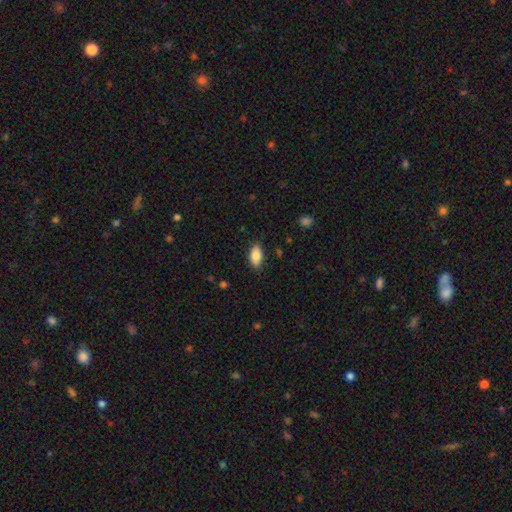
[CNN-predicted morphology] smooth_or_featured: smooth (p=0.84) [alt: featured or disk p=0.09]
how_rounded: in between (p=0.93) [alt: round p=0.04]
merging: none (p=0.84) [alt: minor disturbance p=0.12]